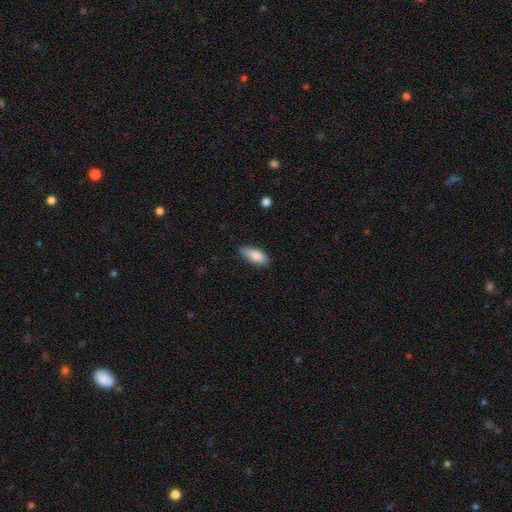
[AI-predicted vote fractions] Smooth or featured? smooth (86%)
How rounded? in between (82%)
Merging? none (82%)